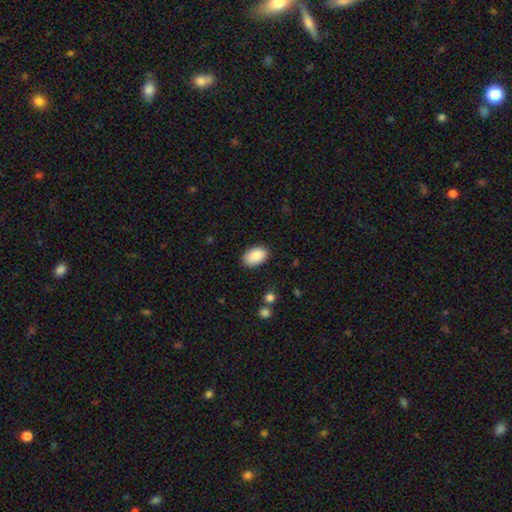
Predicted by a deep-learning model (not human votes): smooth_or_featured: smooth (p=0.90) [alt: star or artifact p=0.06]
how_rounded: in between (p=0.92) [alt: round p=0.07]
merging: none (p=0.88) [alt: minor disturbance p=0.09]